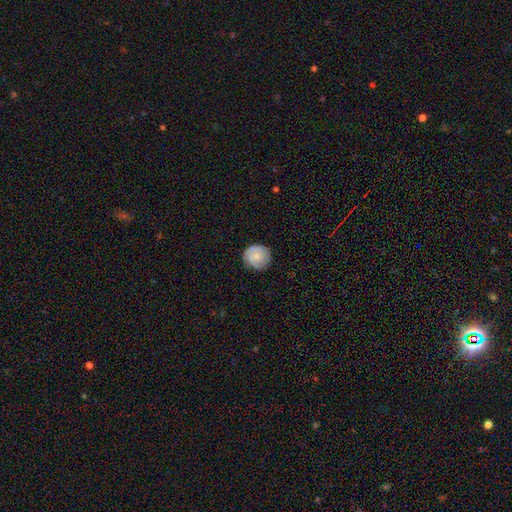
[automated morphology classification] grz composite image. It shows a featured or disk galaxy (53%) with no bar (73%), spiral arms (88%) and a small central bulge (58%). Merging: none (81%).